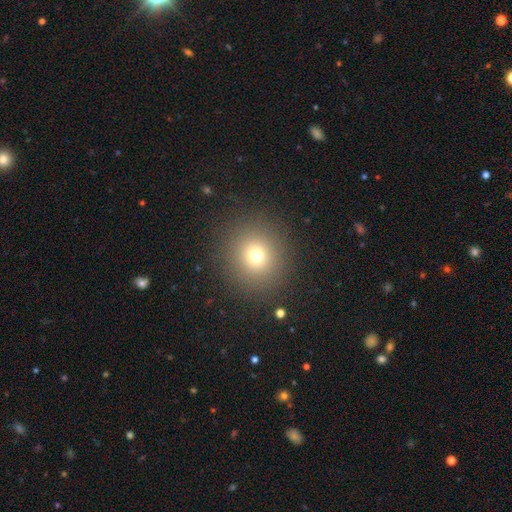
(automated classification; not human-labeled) This appears to be a smooth galaxy with no disk features (70%) that is round (90%). Merging: none (88%).